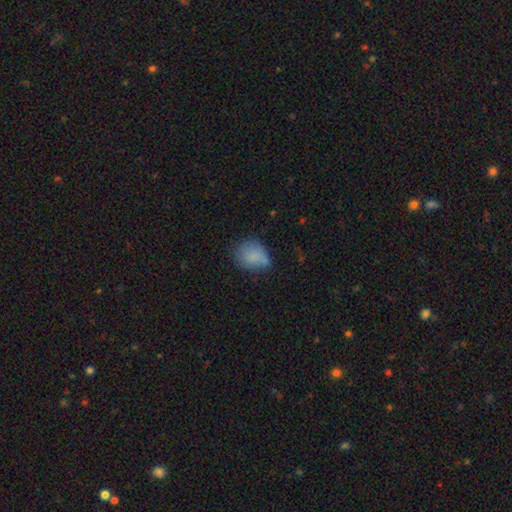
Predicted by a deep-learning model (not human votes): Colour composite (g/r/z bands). It shows a smooth galaxy with no disk features (78%) that is round (54%). Merging: none (47%).